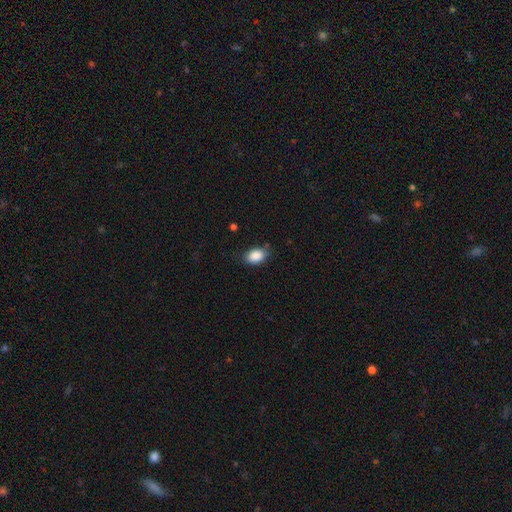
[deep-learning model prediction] Smooth or featured? smooth (88%)
How rounded? in between (85%)
Merging? none (77%)